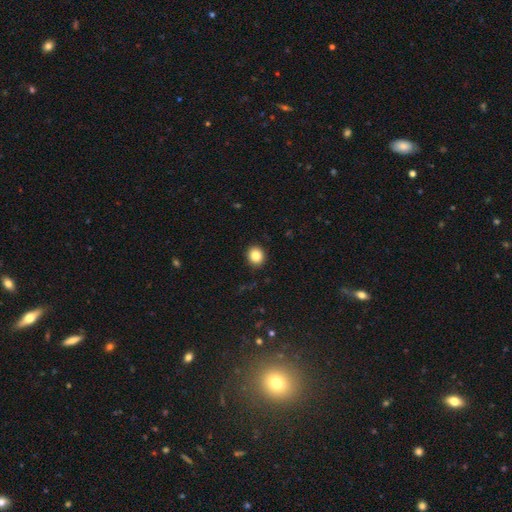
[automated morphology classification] smooth-or-featured: smooth: 85% | star or artifact: 10% | featured or disk: 5%
  how-rounded: round: 77% | in between: 22% | cigar-shaped: 1%
  merging: none: 91% | minor disturbance: 6% | major disturbance: 2% | merger: 1%